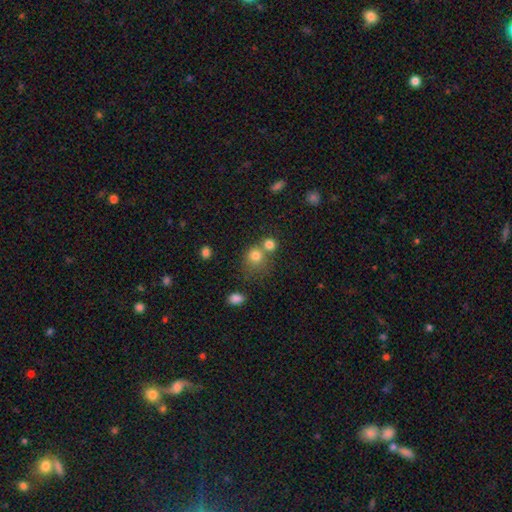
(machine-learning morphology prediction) A smooth galaxy with no disk features (78%) that is round (83%).

Vote fractions:
- Smooth or featured? smooth: 78% / star or artifact: 14% / featured or disk: 9%
- How rounded? round: 83% / in between: 16% / cigar-shaped: 1%
- Merging? none: 49% / merger: 38% / minor disturbance: 9% / major disturbance: 5%